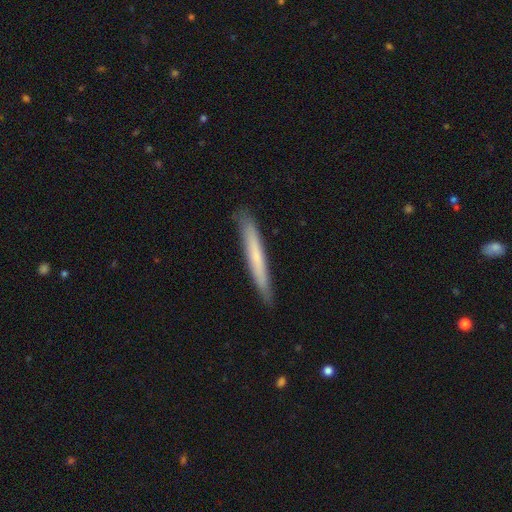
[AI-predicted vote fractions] This appears to be a smooth galaxy with no disk features (62%) that is cigar-shaped (96%). Merging: none (88%).